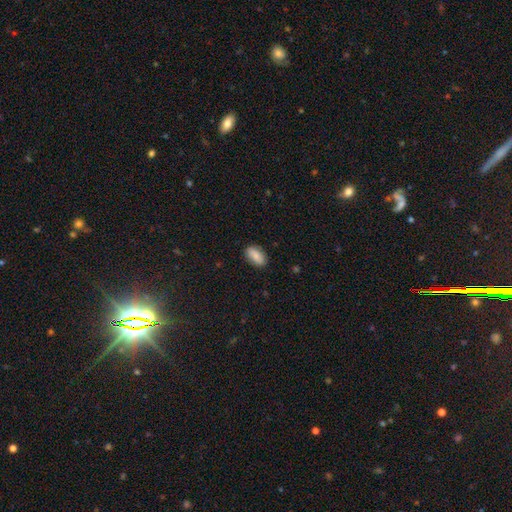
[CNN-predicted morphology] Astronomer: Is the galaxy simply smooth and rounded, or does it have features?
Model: smooth — 83%.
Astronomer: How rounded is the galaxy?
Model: in between — 92%.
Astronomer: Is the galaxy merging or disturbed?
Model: none — 85%.